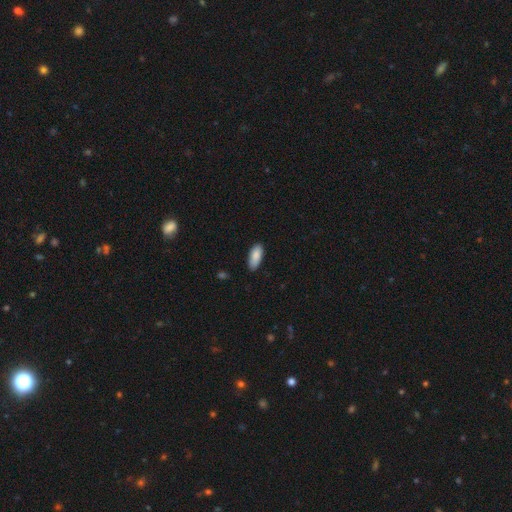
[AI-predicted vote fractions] This is clearly a smooth galaxy (88%). How rounded: clearly in between (84%). Merging: clearly none (84%).